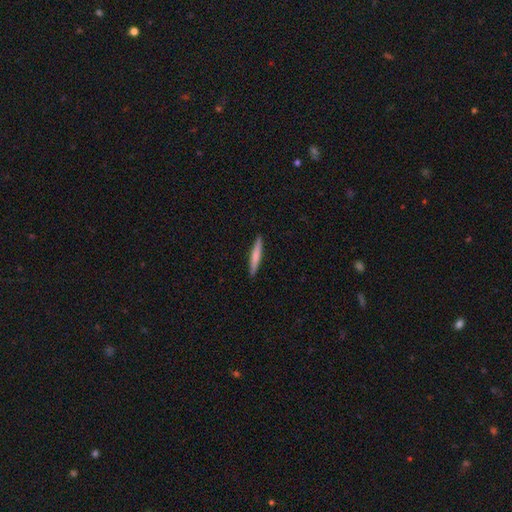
This is clearly a smooth galaxy (81%). How rounded: clearly cigar-shaped (100%). Merging: clearly none (100%).